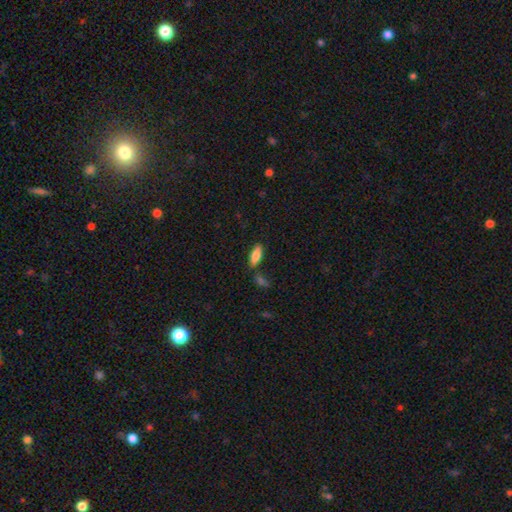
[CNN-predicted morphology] Smooth or featured: smooth — 84% (featured or disk — 9%)
How rounded: in between — 74% (cigar-shaped — 24%)
Merging: none — 74% (minor disturbance — 14%)